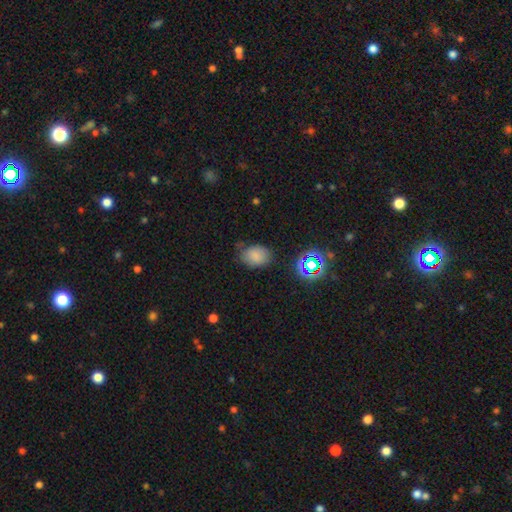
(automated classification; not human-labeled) A smooth galaxy with no disk features (77%) that is in between round and cigar-shaped (62%). Merging: none (68%).